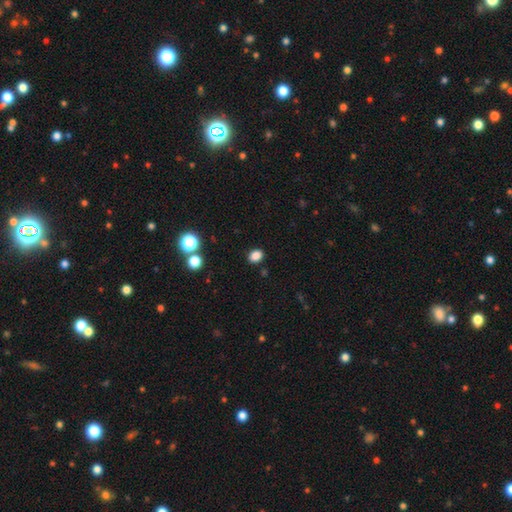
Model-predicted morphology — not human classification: The model was most divided on "how rounded": in between: 66%, round: 33%, cigar-shaped: 1%. More confident: merging — none (88%); smooth or featured — smooth (84%).